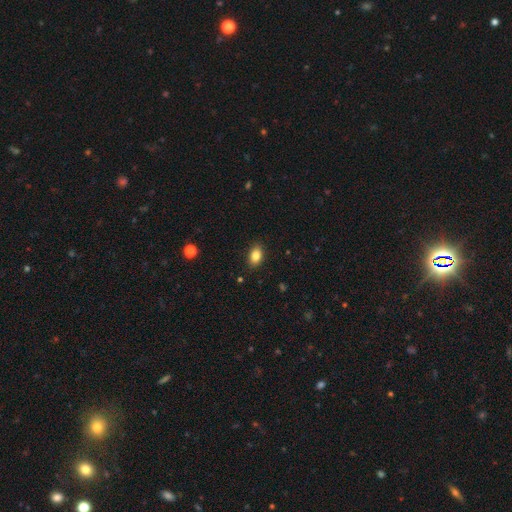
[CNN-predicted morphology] A smooth galaxy with no disk features (85%) that is in between round and cigar-shaped (84%). Merging: none (88%).